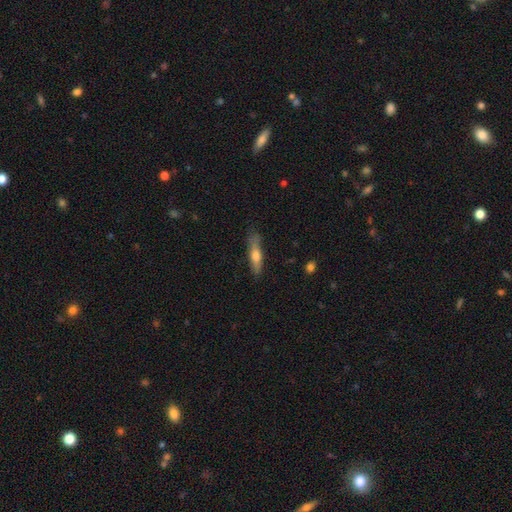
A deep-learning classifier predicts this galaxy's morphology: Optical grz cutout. It shows a smooth galaxy with no disk features (55%) that is cigar-shaped (80%). Merging: none (79%).